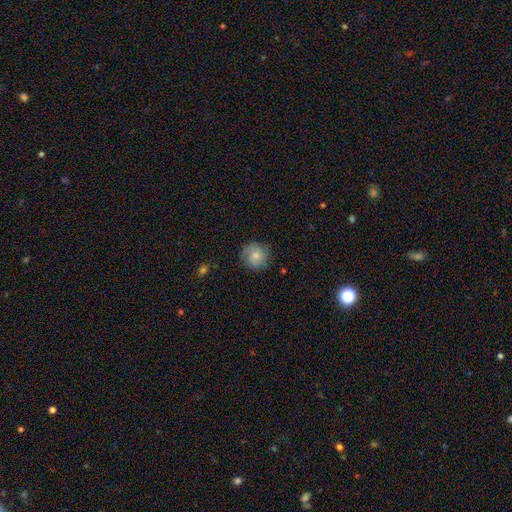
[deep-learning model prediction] This is likely a smooth galaxy (69%). How rounded: clearly round (89%). Merging: likely none (79%).